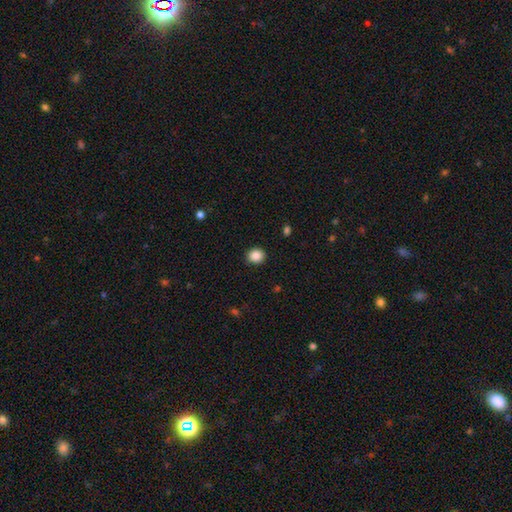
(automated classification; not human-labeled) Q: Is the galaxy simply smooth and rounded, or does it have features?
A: smooth — 87%.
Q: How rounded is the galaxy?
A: round — 78%.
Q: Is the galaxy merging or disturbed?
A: none — 91%.